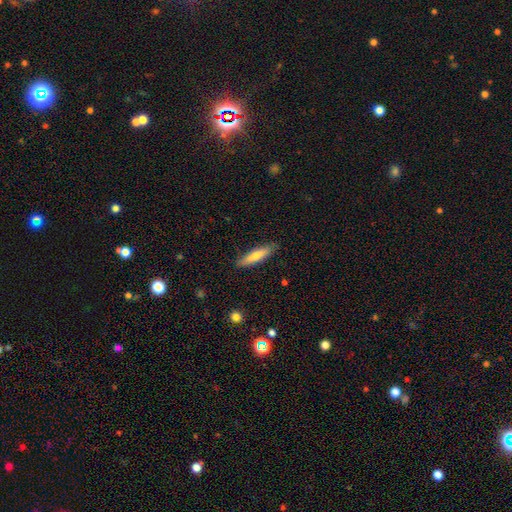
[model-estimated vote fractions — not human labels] smooth 69%, featured or disk 24%, star or artifact 6%. Down the decision tree: how rounded — cigar-shaped (80%); merging — none (88%).